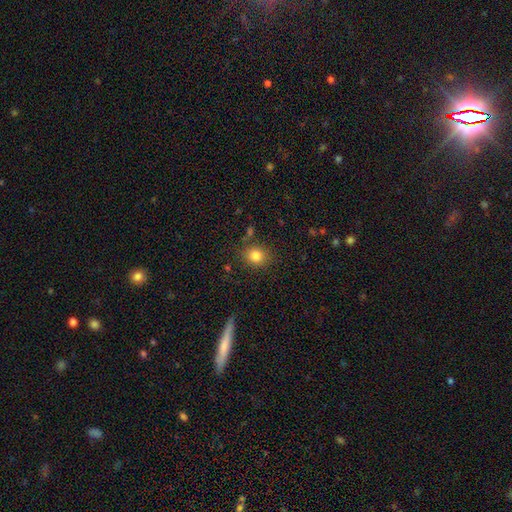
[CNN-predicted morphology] Q: Smooth or featured?
A: smooth (82%); runner-up: star or artifact (12%)
Q: How rounded?
A: round (75%); runner-up: in between (24%)
Q: Merging?
A: none (82%); runner-up: minor disturbance (11%)